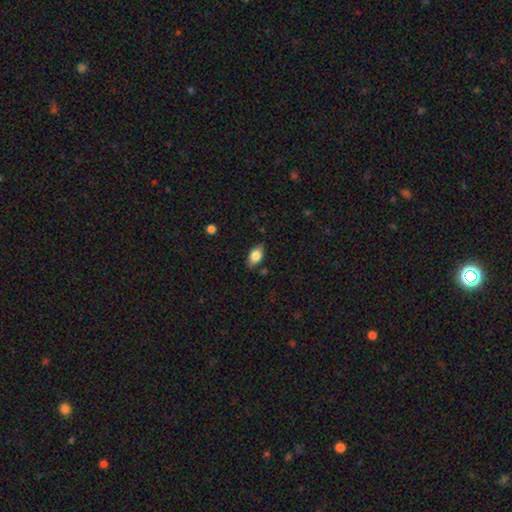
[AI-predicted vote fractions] Smooth or featured? smooth (81%)
How rounded? in between (90%)
Merging? none (82%)